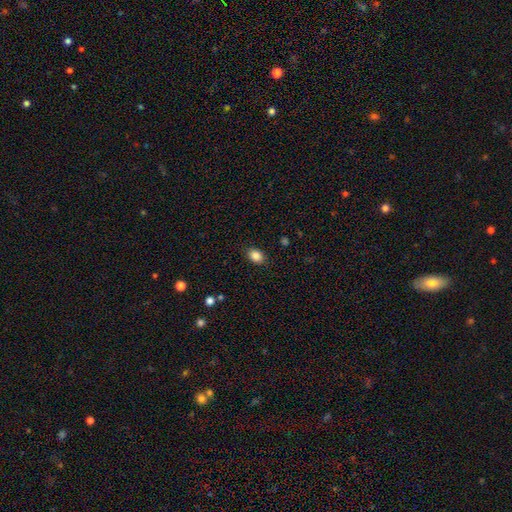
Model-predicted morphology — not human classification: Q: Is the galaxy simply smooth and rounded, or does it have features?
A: smooth — 86%.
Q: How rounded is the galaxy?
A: in between — 69%.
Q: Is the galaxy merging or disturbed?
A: none — 87%.